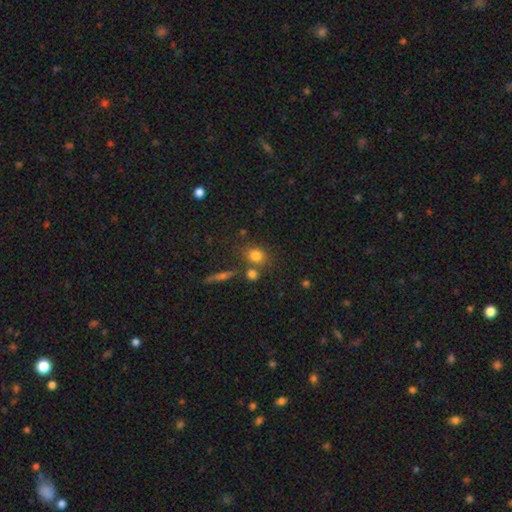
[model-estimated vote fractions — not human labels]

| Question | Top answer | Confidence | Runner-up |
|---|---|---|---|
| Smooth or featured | smooth | 78% | star or artifact (12%) |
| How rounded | round | 60% | in between (37%) |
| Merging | none | 65% | merger (18%) |